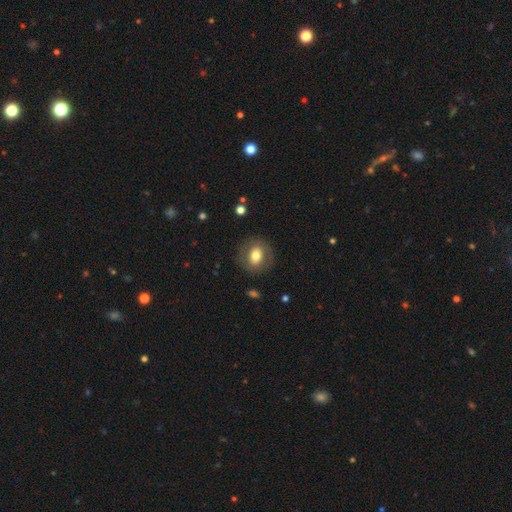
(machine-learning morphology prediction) Q: Smooth or featured?
A: smooth (62%); runner-up: featured or disk (30%)
Q: How rounded?
A: round (70%); runner-up: in between (29%)
Q: Merging?
A: none (83%); runner-up: minor disturbance (10%)